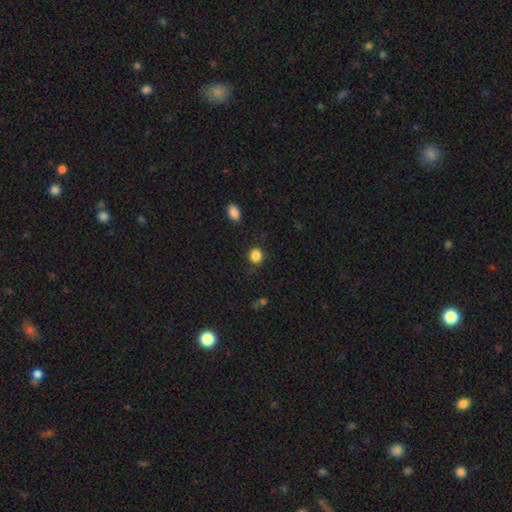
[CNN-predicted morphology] Smooth or featured?
  - smooth: 86% *
  - star or artifact: 10%
  - featured or disk: 3%
How rounded?
  - round: 83% *
  - in between: 16%
  - cigar-shaped: 1%
Merging?
  - none: 81% *
  - minor disturbance: 13%
  - major disturbance: 4%
  - merger: 2%